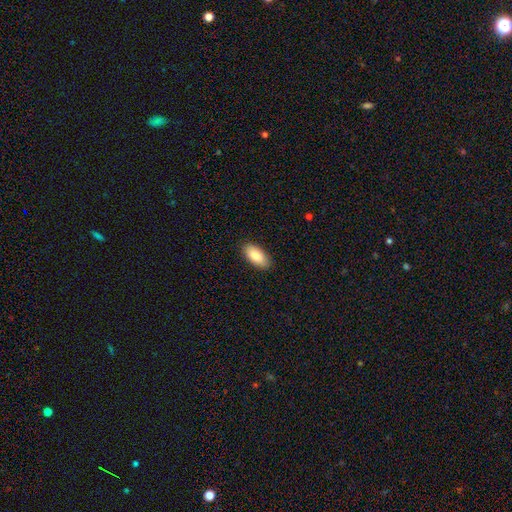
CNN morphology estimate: This is clearly a smooth galaxy (86%). How rounded: clearly in between (91%). Merging: clearly none (89%).